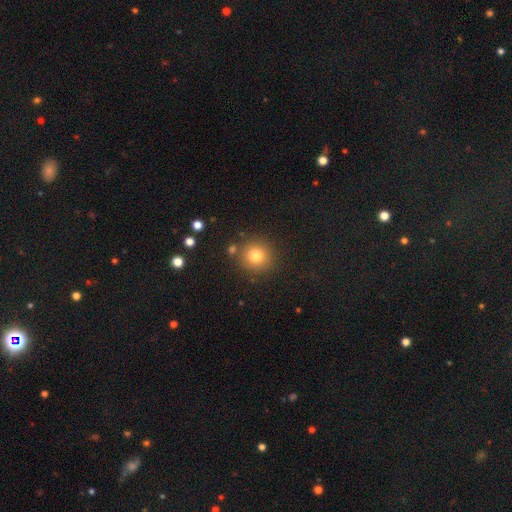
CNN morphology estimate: Q: Smooth or featured?
A: smooth (79%); runner-up: star or artifact (13%)
Q: How rounded?
A: round (92%); runner-up: in between (7%)
Q: Merging?
A: none (85%); runner-up: minor disturbance (8%)